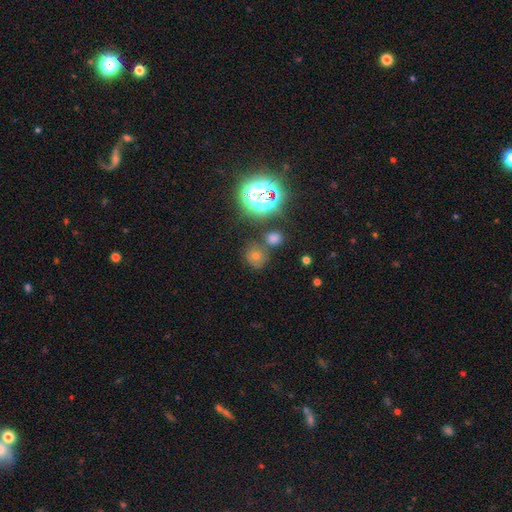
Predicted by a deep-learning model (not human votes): This is possibly a star or artifact rather than a galaxy (46%).